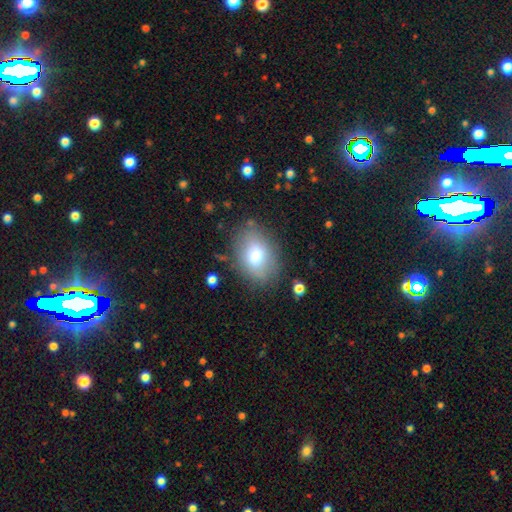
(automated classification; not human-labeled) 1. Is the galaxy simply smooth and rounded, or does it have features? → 74% smooth, 17% featured or disk, 9% star or artifact.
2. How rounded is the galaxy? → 79% in between, 19% round, 1% cigar-shaped.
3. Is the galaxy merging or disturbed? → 79% none, 14% minor disturbance, 5% major disturbance, 2% merger.